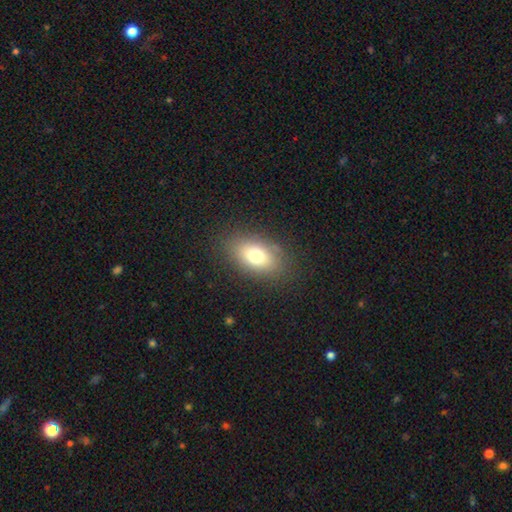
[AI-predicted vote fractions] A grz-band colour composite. It shows a smooth galaxy with no disk features (74%) that is in between round and cigar-shaped (86%). Merging: none (83%).